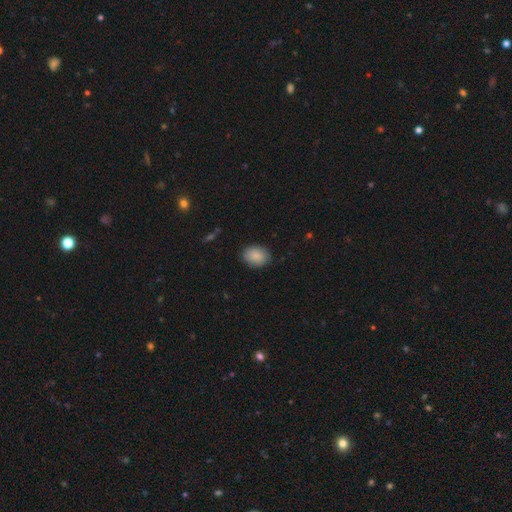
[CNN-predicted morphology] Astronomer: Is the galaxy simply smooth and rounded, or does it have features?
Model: smooth — 88%.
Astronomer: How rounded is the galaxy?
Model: in between — 62%.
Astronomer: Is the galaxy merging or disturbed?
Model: none — 86%.